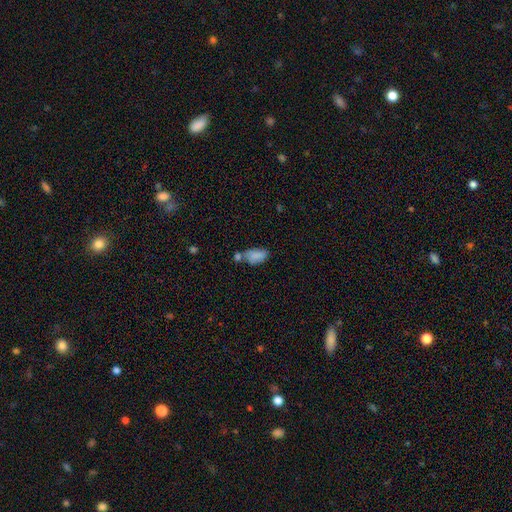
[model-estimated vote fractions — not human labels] A smooth galaxy with no disk features (81%) that is in between round and cigar-shaped (91%). Merging: none (39%).